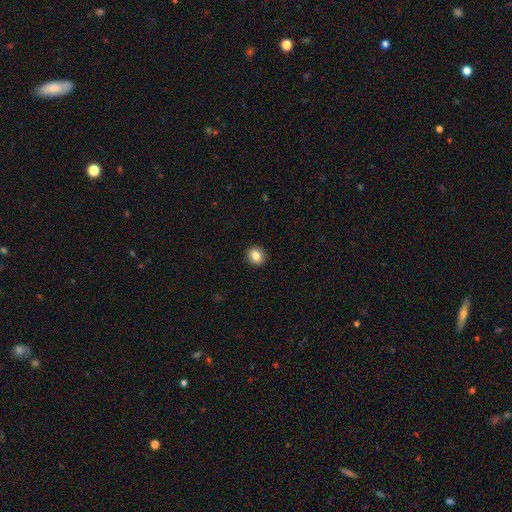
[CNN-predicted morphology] Smooth or featured? smooth (84%)
How rounded? round (79%)
Merging? none (92%)